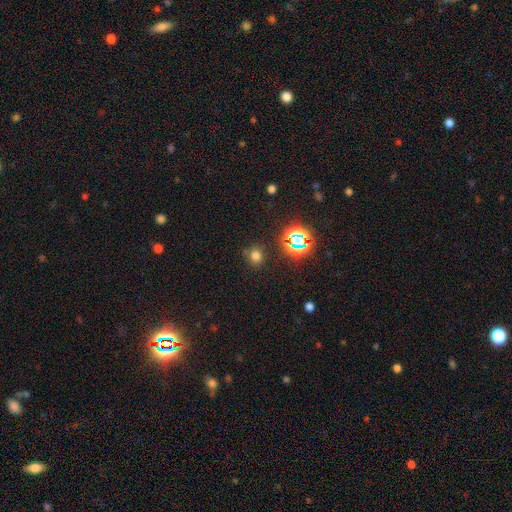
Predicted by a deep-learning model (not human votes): smooth 68%, star or artifact 26%, featured or disk 6%. Down the decision tree: how rounded — round (72%); merging — none (81%).